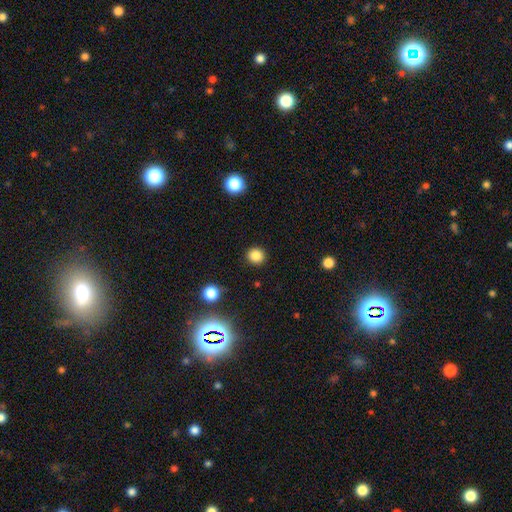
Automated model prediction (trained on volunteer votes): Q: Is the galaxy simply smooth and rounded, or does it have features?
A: smooth — 84%.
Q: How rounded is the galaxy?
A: round — 91%.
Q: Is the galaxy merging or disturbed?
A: none — 92%.